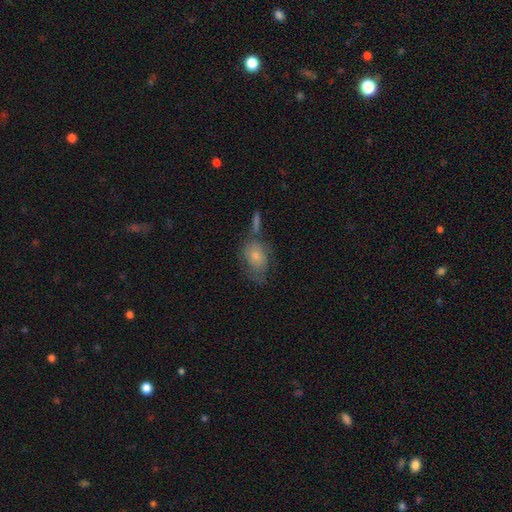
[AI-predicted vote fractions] Smooth or featured? smooth (52%)
How rounded? in between (69%)
Merging? none (49%)